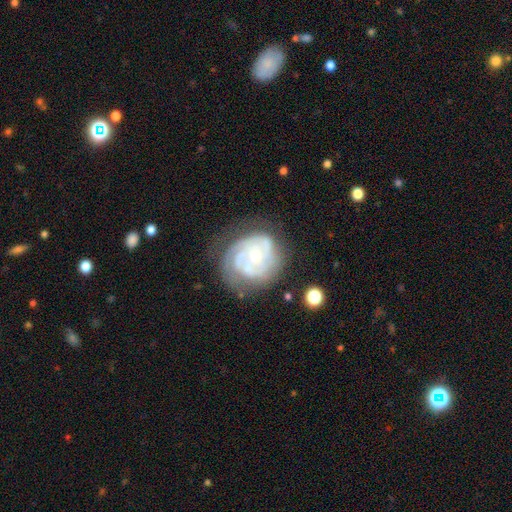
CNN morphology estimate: Smooth or featured? featured or disk (84%)
Edge-on disk? no (98%)
Bar? no (77%)
Spiral arms? yes (94%)
Spiral winding? tight (70%)
Spiral arm count? 3 (32%)
Bulge size? small (61%)
Merging? none (64%)